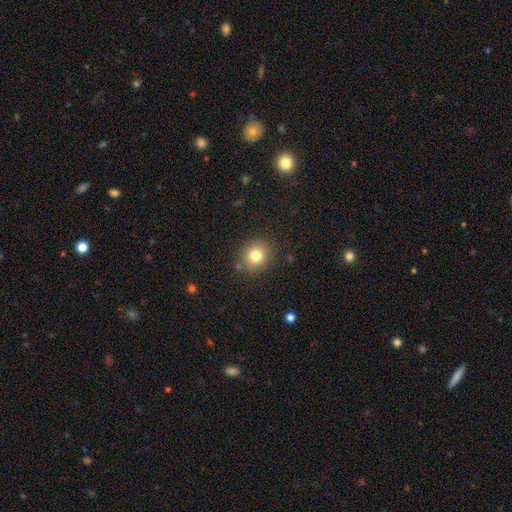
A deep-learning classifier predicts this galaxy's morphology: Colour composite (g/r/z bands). It shows a smooth galaxy with no disk features (80%) that is round (79%). Merging: none (84%).